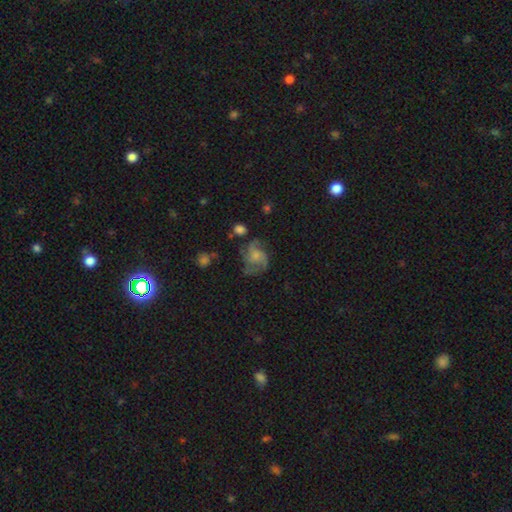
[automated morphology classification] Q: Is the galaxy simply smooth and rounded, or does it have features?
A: featured or disk — 66%.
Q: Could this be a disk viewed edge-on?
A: no — 98%.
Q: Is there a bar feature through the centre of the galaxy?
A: no — 71%.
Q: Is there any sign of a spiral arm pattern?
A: yes — 88%.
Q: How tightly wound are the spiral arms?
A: medium — 50%.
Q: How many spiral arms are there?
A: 3 — 45%.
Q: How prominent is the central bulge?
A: moderate — 31%.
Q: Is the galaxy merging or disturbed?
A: none — 53%.